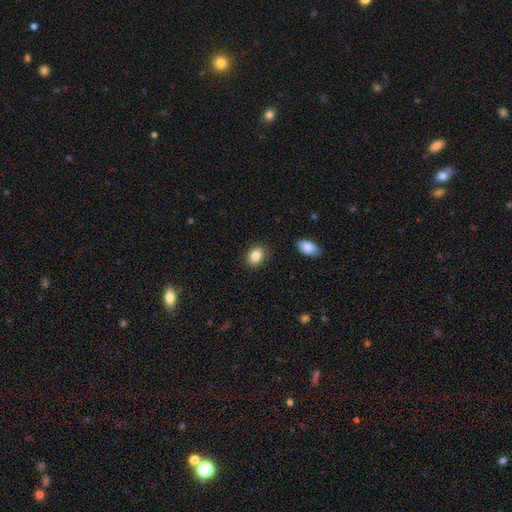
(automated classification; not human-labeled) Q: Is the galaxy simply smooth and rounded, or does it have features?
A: smooth — 84%.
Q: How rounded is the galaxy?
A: in between — 64%.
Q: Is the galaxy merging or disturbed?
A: none — 88%.